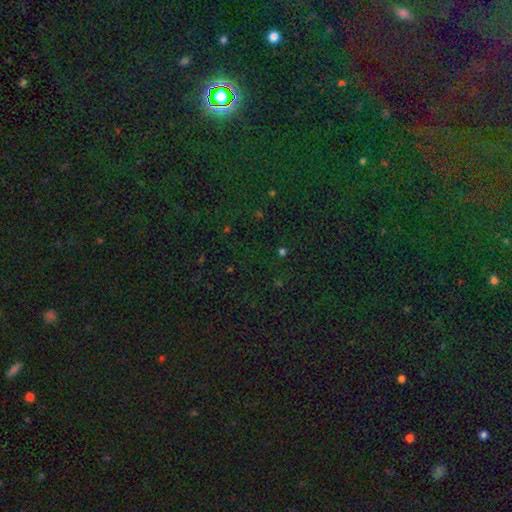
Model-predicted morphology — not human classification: Smooth or featured? Predicted: star or artifact (p=0.79).